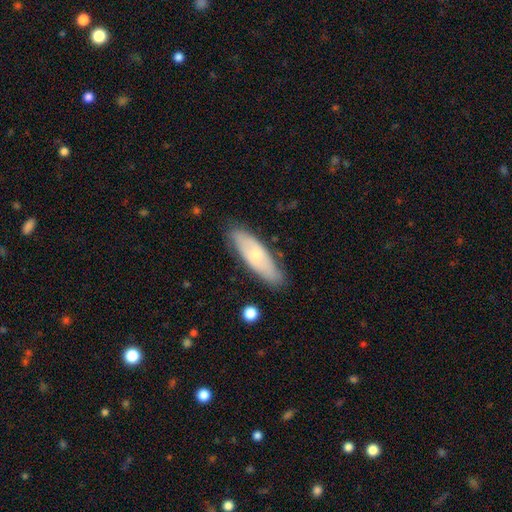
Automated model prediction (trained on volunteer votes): Q: Smooth or featured?
A: smooth (50%); runner-up: featured or disk (44%)
Q: Merging?
A: none (82%); runner-up: minor disturbance (14%)